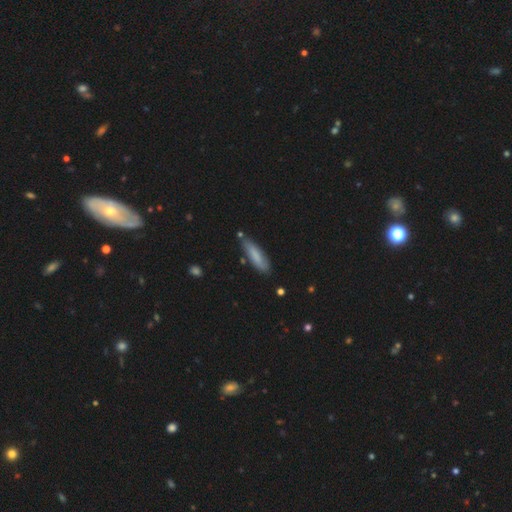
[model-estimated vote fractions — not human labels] Overall: smooth (78%). How rounded: cigar-shaped (68%; in between 31%). Merging: none (78%).